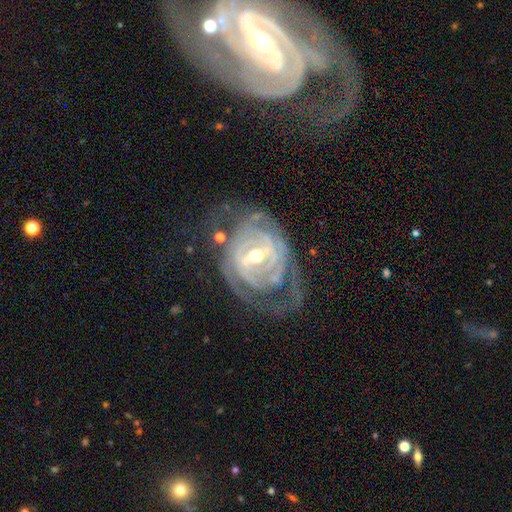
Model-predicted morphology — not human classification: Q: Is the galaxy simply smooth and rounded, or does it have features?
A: featured or disk — 90%.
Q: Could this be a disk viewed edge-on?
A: no — 96%.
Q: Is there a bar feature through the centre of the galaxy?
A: strong — 51%.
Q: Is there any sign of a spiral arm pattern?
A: yes — 94%.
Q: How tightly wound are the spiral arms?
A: tight — 69%.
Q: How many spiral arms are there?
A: can't tell — 30%.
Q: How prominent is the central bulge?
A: moderate — 57%.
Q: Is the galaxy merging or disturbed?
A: none — 60%.